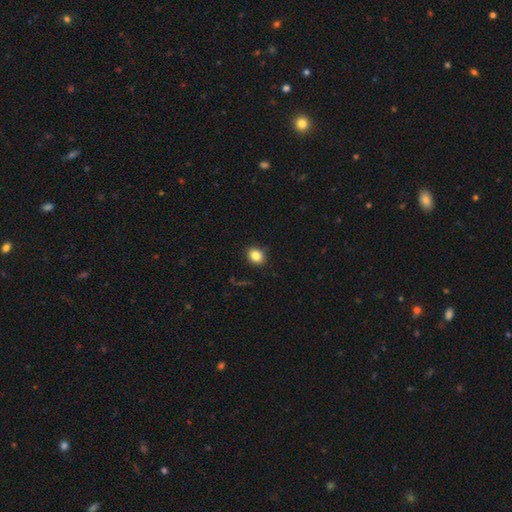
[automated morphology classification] type=smooth (85%); roundness=round (50%); merging=none (89%).